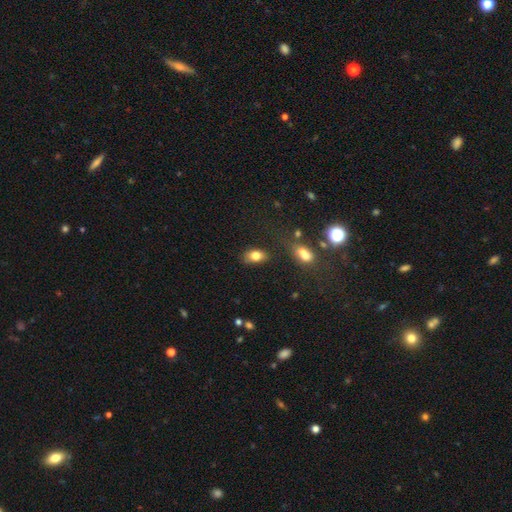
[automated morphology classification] type=smooth (80%); roundness=in between (84%); merging=none (72%).